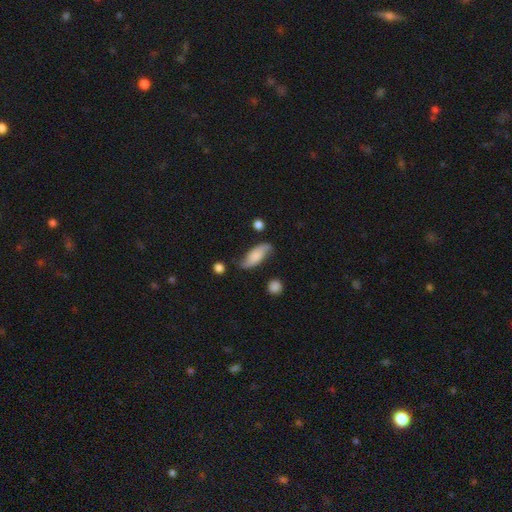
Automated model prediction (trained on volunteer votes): Smooth or featured: smooth — 49% (featured or disk — 43%)
Merging: none — 70% (minor disturbance — 21%)